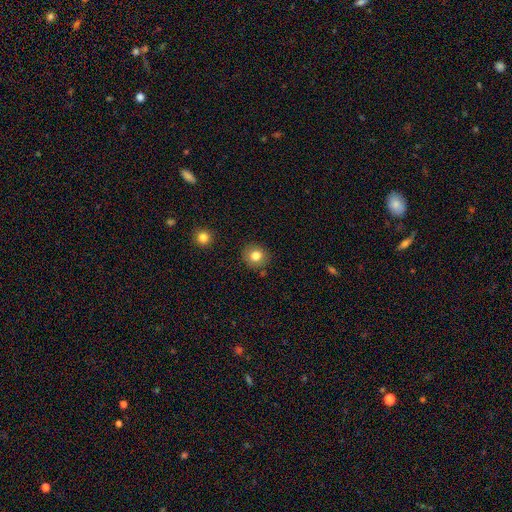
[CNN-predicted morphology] Smooth or featured: smooth — 82% (star or artifact — 10%)
How rounded: round — 87% (in between — 12%)
Merging: none — 87% (minor disturbance — 9%)